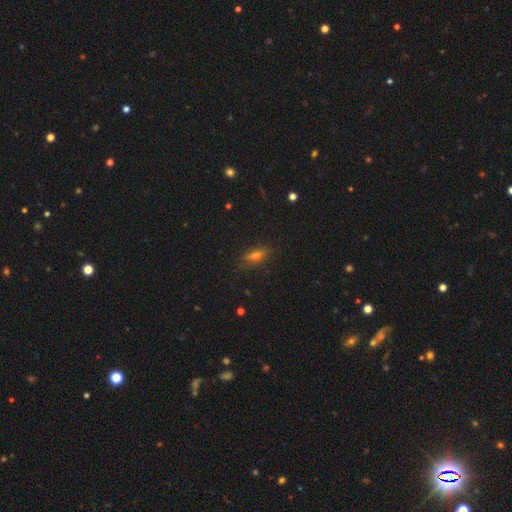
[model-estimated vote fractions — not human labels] Q: Smooth or featured?
A: smooth (50%); runner-up: featured or disk (33%)
Q: Merging?
A: none (83%); runner-up: minor disturbance (12%)